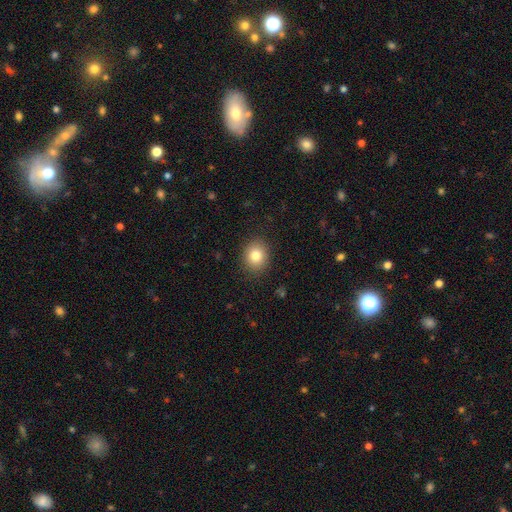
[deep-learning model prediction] A smooth galaxy with no disk features (82%) that is round (65%). Merging: none (88%).